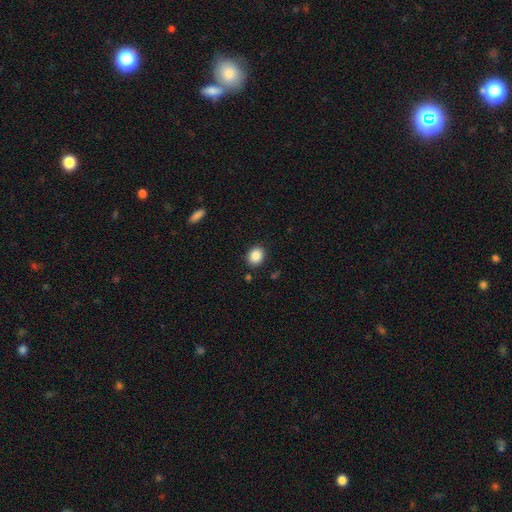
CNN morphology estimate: This is clearly a smooth galaxy (88%). How rounded: likely round (61%). Merging: clearly none (88%).